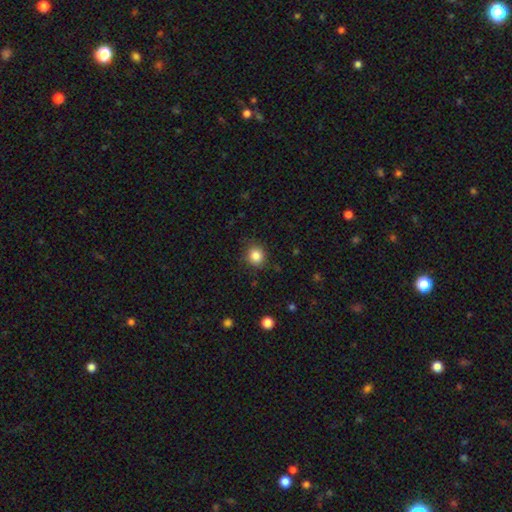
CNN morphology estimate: Smooth or featured?
  - smooth: 85% *
  - star or artifact: 11%
  - featured or disk: 4%
How rounded?
  - round: 86% *
  - in between: 13%
  - cigar-shaped: 1%
Merging?
  - none: 86% *
  - minor disturbance: 10%
  - major disturbance: 3%
  - merger: 1%